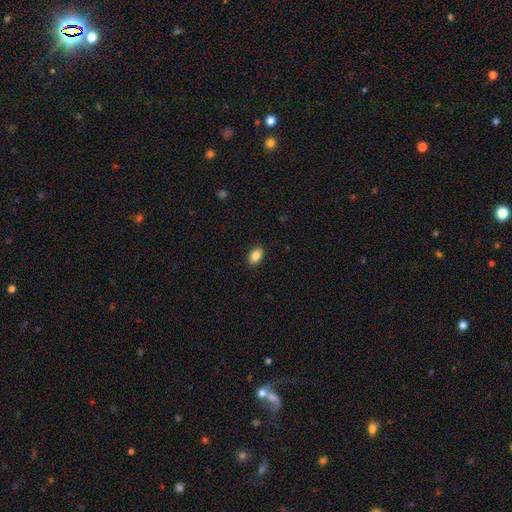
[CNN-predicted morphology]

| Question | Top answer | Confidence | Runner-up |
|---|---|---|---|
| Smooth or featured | smooth | 86% | star or artifact (8%) |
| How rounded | in between | 89% | round (9%) |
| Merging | none | 88% | minor disturbance (9%) |